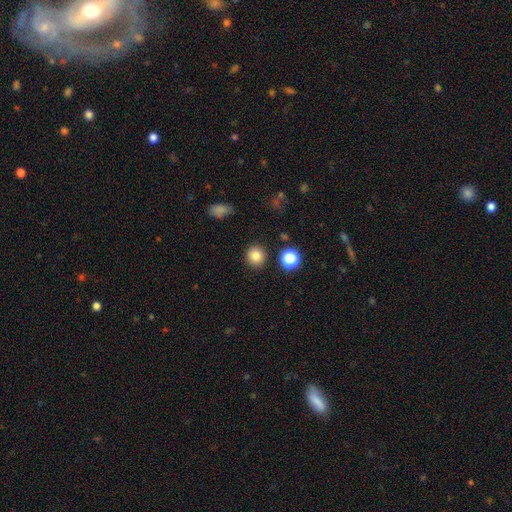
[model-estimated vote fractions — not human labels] Smooth or featured: smooth — 82% (star or artifact — 12%)
How rounded: round — 90% (in between — 9%)
Merging: none — 90% (minor disturbance — 6%)